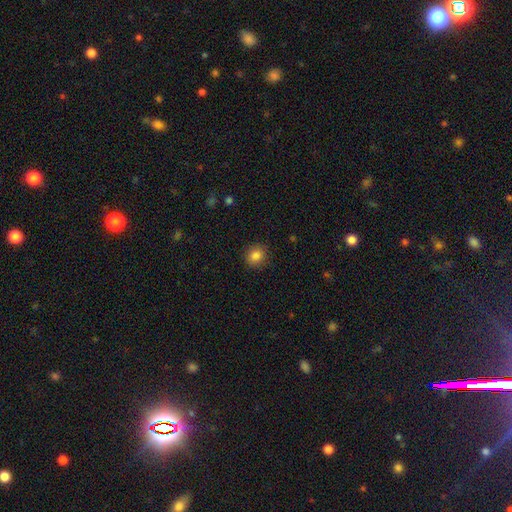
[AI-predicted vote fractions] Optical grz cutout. It shows a smooth galaxy with no disk features (85%) that is round (80%). Merging: none (88%).